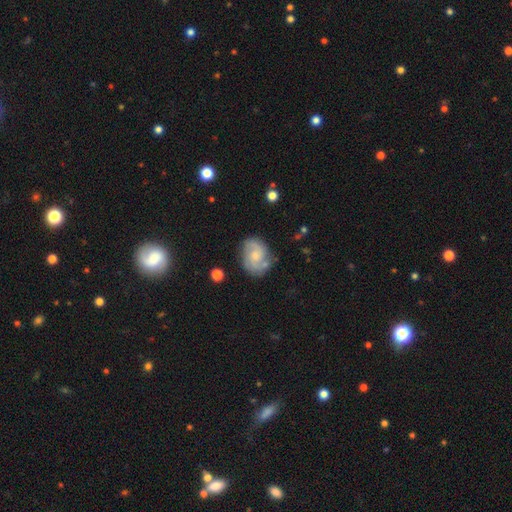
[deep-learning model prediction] Morphology: type=featured or disk (72%); edge-on=no (98%); bar=no (63%); spiral arms=yes (93%); winding=medium (48%); arm count=2 (70%); bulge=small (47%); merging=none (69%).